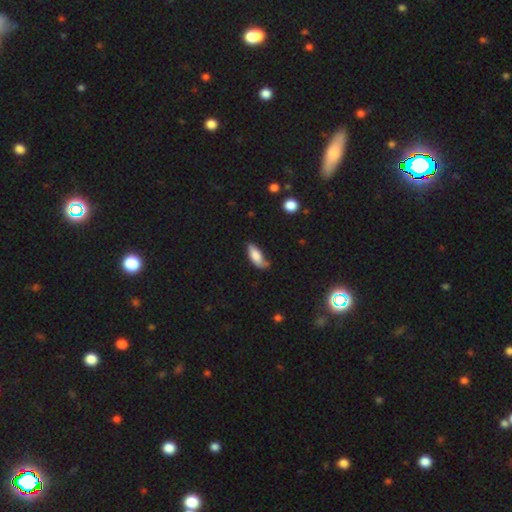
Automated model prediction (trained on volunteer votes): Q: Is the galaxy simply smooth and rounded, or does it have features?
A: smooth — 75%.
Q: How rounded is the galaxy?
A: in between — 79%.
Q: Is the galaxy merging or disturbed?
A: none — 53%.